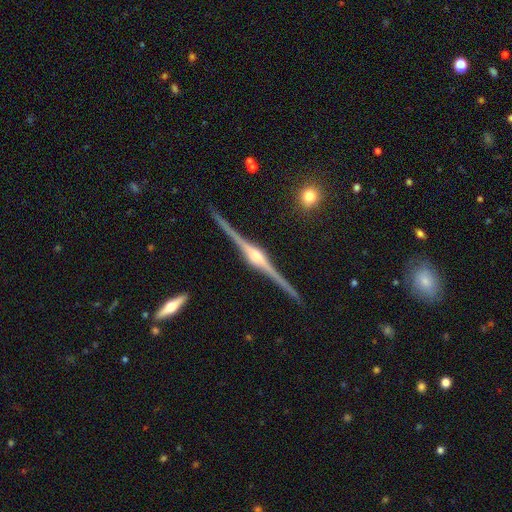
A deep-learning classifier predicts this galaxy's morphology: A featured or disk galaxy (92%) viewed edge-on (99%) with a rounded central bulge (85%).

Vote fractions:
- Smooth or featured? featured or disk: 92% / star or artifact: 5% / smooth: 4%
- Edge-on disk? yes: 99% / no: 1%
- Edge-on bulge? rounded: 85% / boxy: 11% / none: 4%
- Merging? none: 90% / minor disturbance: 7% / major disturbance: 1% / merger: 1%